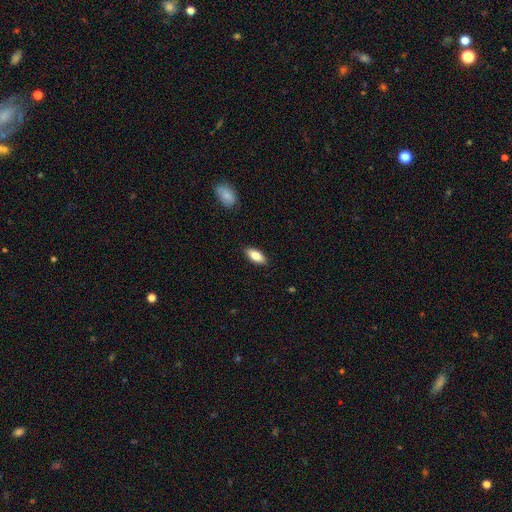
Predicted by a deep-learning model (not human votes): A smooth galaxy with no disk features (83%) that is in between round and cigar-shaped (84%). Merging: none (88%).